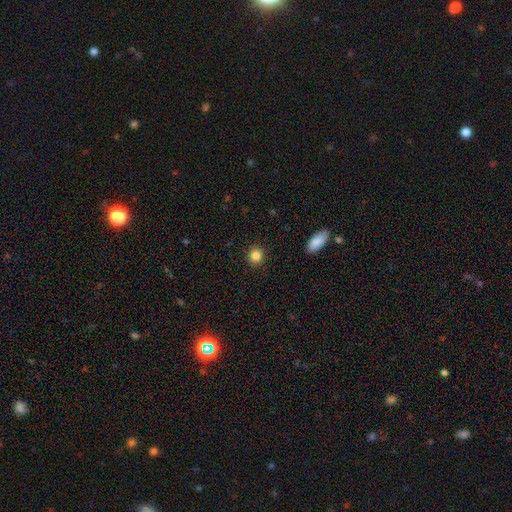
A smooth galaxy with no disk features (87%) that is round (85%).

Vote fractions:
- Smooth or featured? smooth: 87% / featured or disk: 10% / star or artifact: 3%
- How rounded? round: 85% / in between: 15% / cigar-shaped: 0%
- Merging? none: 87% / major disturbance: 8% / minor disturbance: 5% / merger: 0%